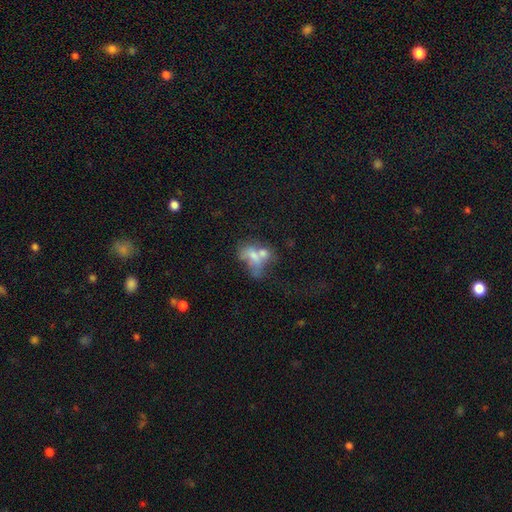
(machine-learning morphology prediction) A smooth galaxy with no disk features (52%) that is in between round and cigar-shaped (76%). Merging: merger (56%).